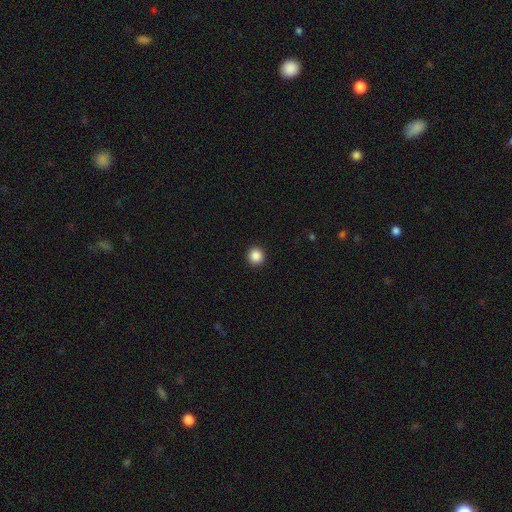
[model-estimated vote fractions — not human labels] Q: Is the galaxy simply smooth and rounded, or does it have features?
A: smooth — 87%.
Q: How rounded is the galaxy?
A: round — 95%.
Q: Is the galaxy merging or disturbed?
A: none — 93%.